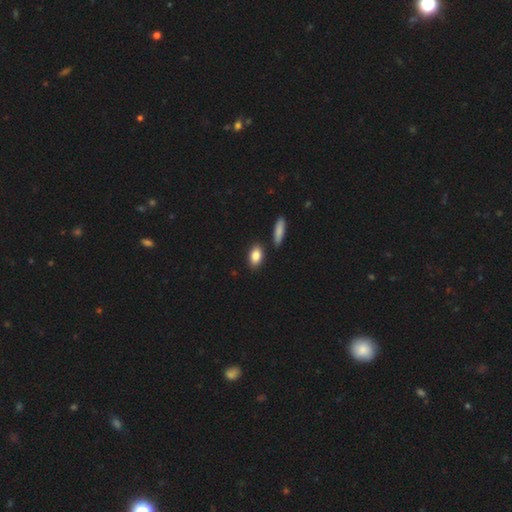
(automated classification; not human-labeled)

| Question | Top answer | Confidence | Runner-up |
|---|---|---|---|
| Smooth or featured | smooth | 85% | featured or disk (8%) |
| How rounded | in between | 87% | round (8%) |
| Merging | none | 83% | minor disturbance (9%) |